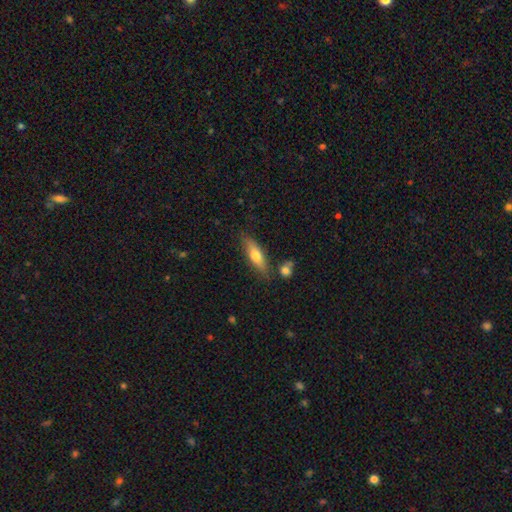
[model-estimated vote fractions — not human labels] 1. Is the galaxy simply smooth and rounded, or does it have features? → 62% smooth, 32% featured or disk, 6% star or artifact.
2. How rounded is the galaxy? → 56% cigar-shaped, 41% in between, 3% round.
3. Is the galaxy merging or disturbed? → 75% none, 15% minor disturbance, 7% merger, 3% major disturbance.